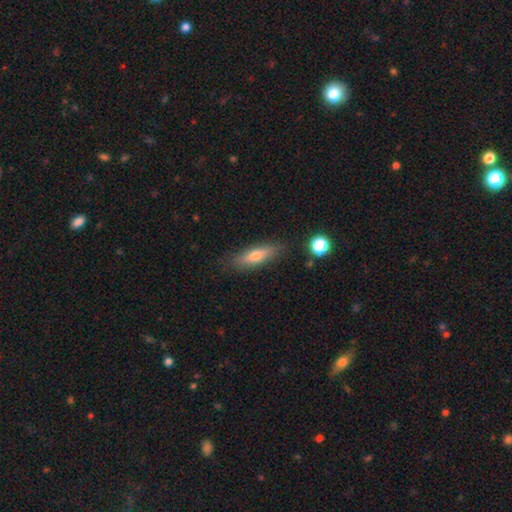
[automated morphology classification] Smooth or featured?
  - smooth: 64% *
  - featured or disk: 28%
  - star or artifact: 7%
How rounded?
  - cigar-shaped: 61% *
  - in between: 36%
  - round: 3%
Merging?
  - none: 82% *
  - minor disturbance: 12%
  - major disturbance: 3%
  - merger: 2%